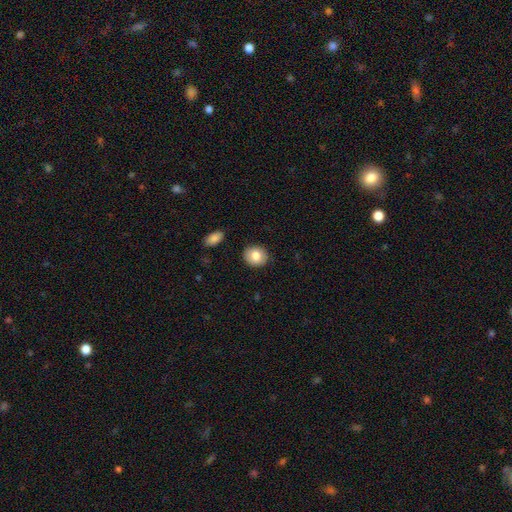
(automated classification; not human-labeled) smooth-or-featured: smooth: 82% | featured or disk: 11% | star or artifact: 8%
  how-rounded: round: 69% | in between: 30% | cigar-shaped: 1%
  merging: none: 87% | minor disturbance: 9% | major disturbance: 2% | merger: 2%